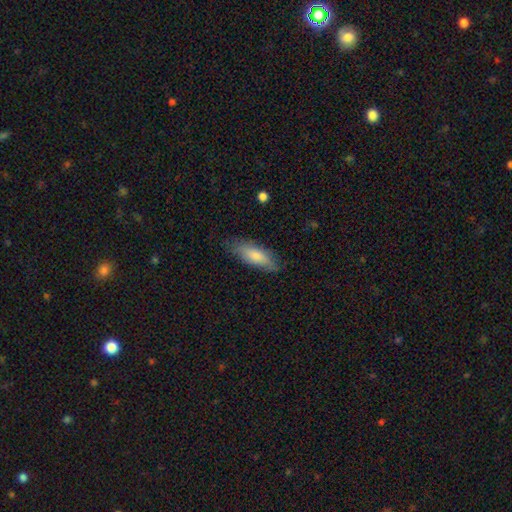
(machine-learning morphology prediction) Smooth or featured: smooth — 79% (featured or disk — 16%)
How rounded: in between — 57% (cigar-shaped — 41%)
Merging: none — 79% (minor disturbance — 16%)